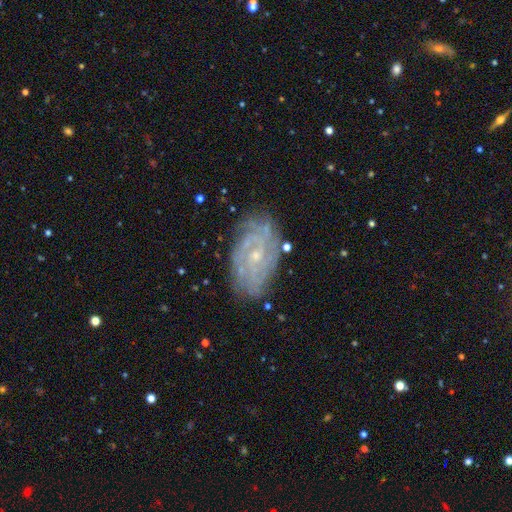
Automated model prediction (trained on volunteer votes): Overall: featured or disk (81%). Edge-on disk: no (95%). Bar: no (60%; weak 33%). Spiral arms: yes (94%). Spiral arm count: can't tell (37%; 4 16%). Spiral winding: tight (66%; medium 27%). Bulge size: small (73%). Merging: none (78%).